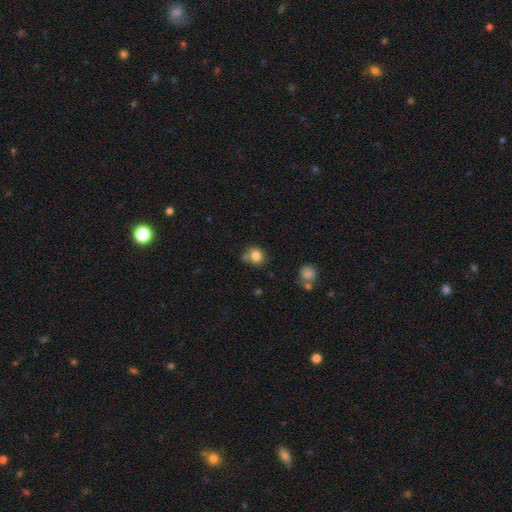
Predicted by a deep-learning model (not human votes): Overall: smooth (82%). How rounded: round (78%). Merging: none (59%; minor disturbance 22%).